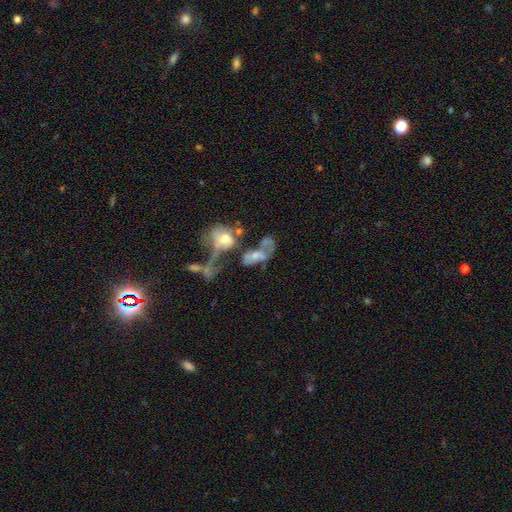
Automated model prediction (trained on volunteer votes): Smooth or featured? featured or disk (45%)
Merging? merger (54%)